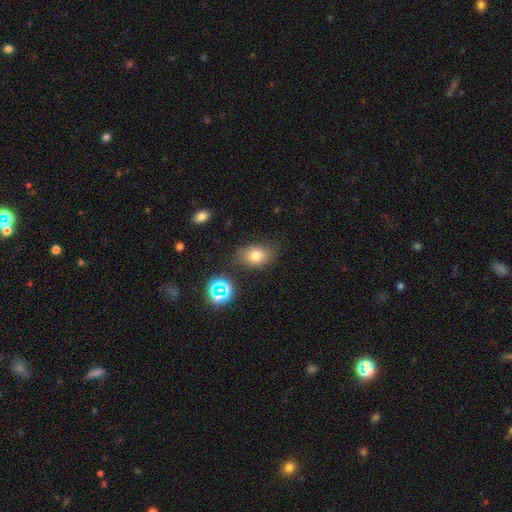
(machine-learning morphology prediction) The model was most divided on "how rounded": in between: 72%, round: 27%, cigar-shaped: 1%. More confident: merging — none (77%); smooth or featured — smooth (76%).